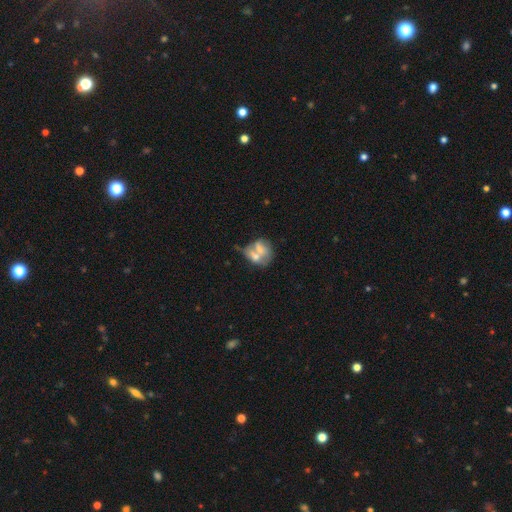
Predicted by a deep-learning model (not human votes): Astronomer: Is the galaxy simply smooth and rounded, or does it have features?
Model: smooth — 50% (runner-up: featured or disk, 40%).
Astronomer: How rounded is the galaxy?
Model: in between — 50% (runner-up: round, 47%).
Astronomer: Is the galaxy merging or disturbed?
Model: merger — 57%.